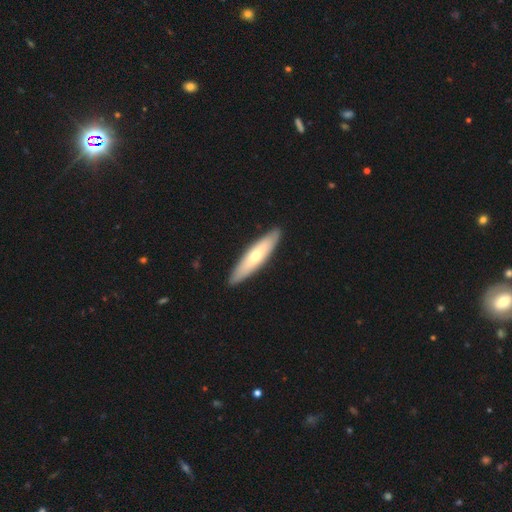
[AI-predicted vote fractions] Smooth or featured?
  - smooth: 52% *
  - featured or disk: 43%
  - star or artifact: 5%
How rounded?
  - cigar-shaped: 76% *
  - in between: 23%
  - round: 2%
Merging?
  - none: 90% *
  - minor disturbance: 7%
  - major disturbance: 1%
  - merger: 1%